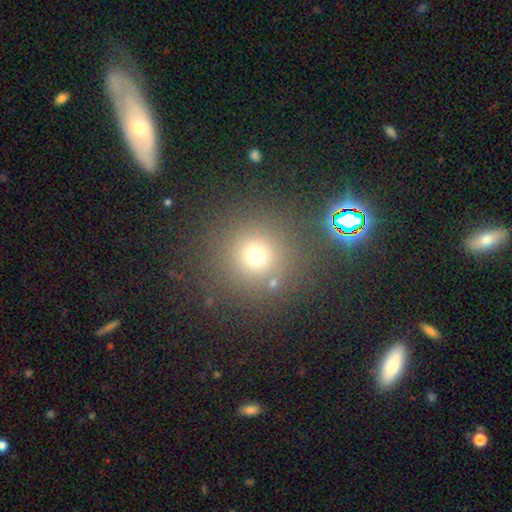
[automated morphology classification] smooth-or-featured: smooth: 69% | star or artifact: 23% | featured or disk: 8%
  how-rounded: round: 94% | in between: 5% | cigar-shaped: 1%
  merging: none: 82% | minor disturbance: 7% | merger: 6% | major disturbance: 4%